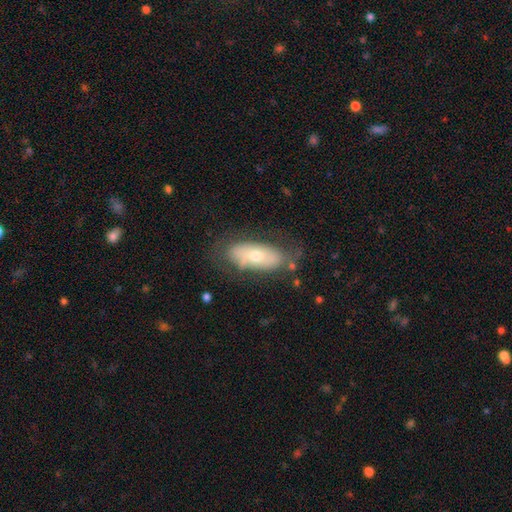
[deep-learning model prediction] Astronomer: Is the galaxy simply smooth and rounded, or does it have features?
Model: smooth — 53% (runner-up: featured or disk, 40%).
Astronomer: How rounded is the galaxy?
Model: in between — 84%.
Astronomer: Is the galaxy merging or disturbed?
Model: none — 64%.